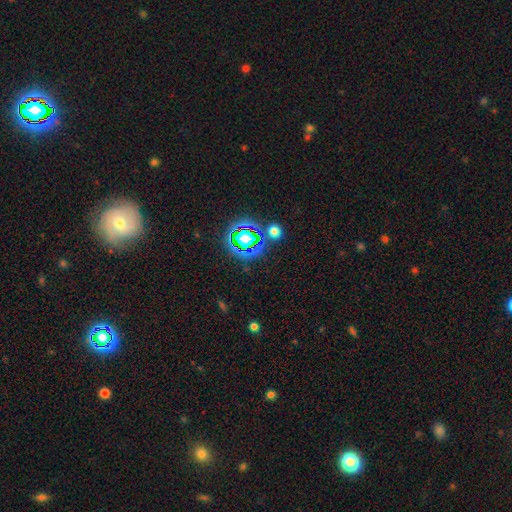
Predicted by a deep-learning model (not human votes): Smooth or featured: star or artifact — 66% (smooth — 20%)